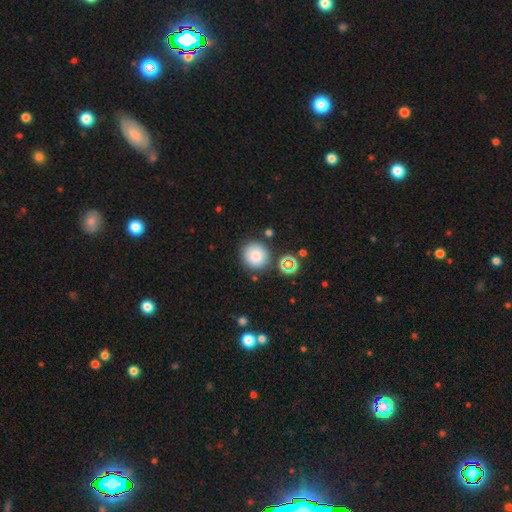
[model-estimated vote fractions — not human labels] smooth 81%, star or artifact 12%, featured or disk 7%. Down the decision tree: how rounded — round (92%); merging — none (83%).